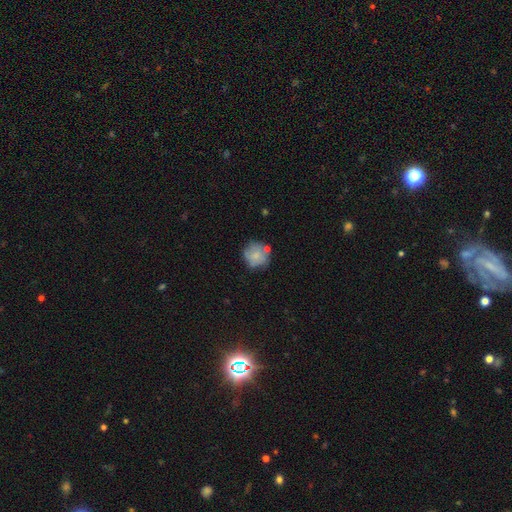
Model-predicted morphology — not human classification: Smooth or featured?
  - smooth: 68% *
  - featured or disk: 24%
  - star or artifact: 8%
How rounded?
  - round: 89% *
  - in between: 10%
  - cigar-shaped: 1%
Merging?
  - none: 63% *
  - minor disturbance: 21%
  - merger: 9%
  - major disturbance: 7%